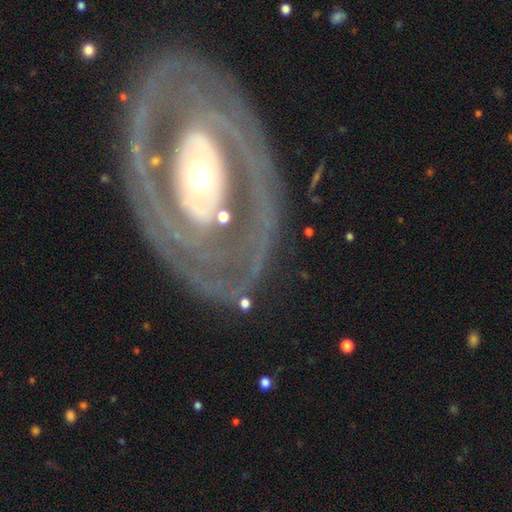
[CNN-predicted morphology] Smooth or featured?
  - featured or disk: 84% *
  - smooth: 11%
  - star or artifact: 5%
Edge-on disk?
  - no: 94% *
  - yes: 6%
Bar?
  - no: 58% *
  - strong: 21%
  - weak: 21%
Spiral arms?
  - yes: 69% *
  - no: 31%
Spiral winding?
  - tight: 60% *
  - medium: 27%
  - loose: 13%
Spiral arm count?
  - 2: 50% *
  - can't tell: 24%
  - 3: 8%
  - 1: 7%
  - 4: 5%
  - more than 4: 5%
Bulge size?
  - moderate: 63% *
  - large: 17%
  - small: 16%
  - dominant: 3%
  - none: 1%
Merging?
  - none: 75% *
  - minor disturbance: 13%
  - major disturbance: 10%
  - merger: 2%